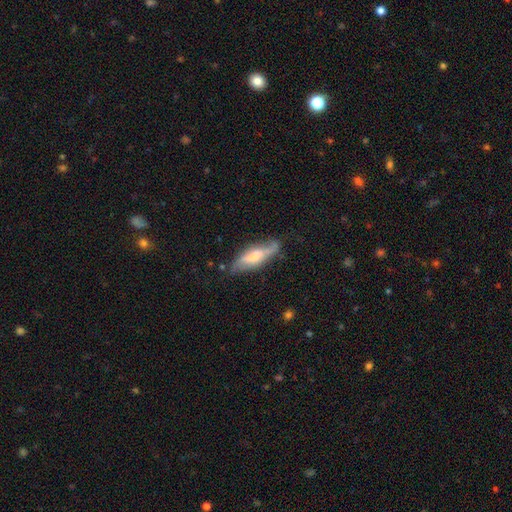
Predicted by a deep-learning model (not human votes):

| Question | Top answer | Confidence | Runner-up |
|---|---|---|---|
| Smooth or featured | featured or disk | 56% | smooth (37%) |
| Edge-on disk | yes | 57% | no (43%) |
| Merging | none | 70% | minor disturbance (23%) |